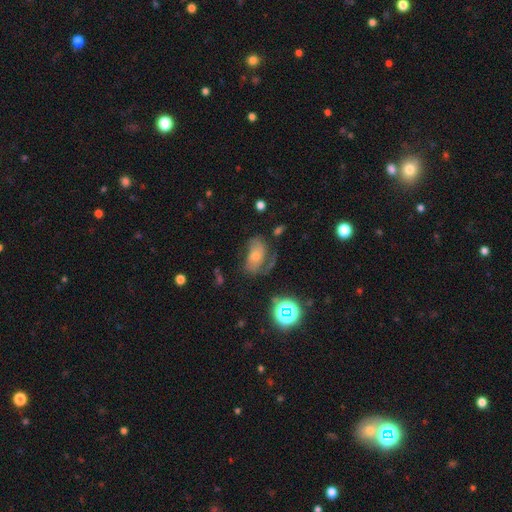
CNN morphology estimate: Overall: featured or disk (50%; smooth 36%). Merging: none (38%; major disturbance 32%).